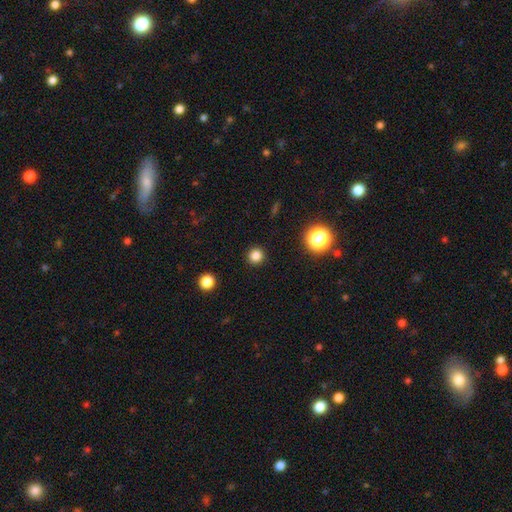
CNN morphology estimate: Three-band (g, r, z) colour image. It shows a smooth galaxy with no disk features (82%) that is round (94%). Merging: none (92%).